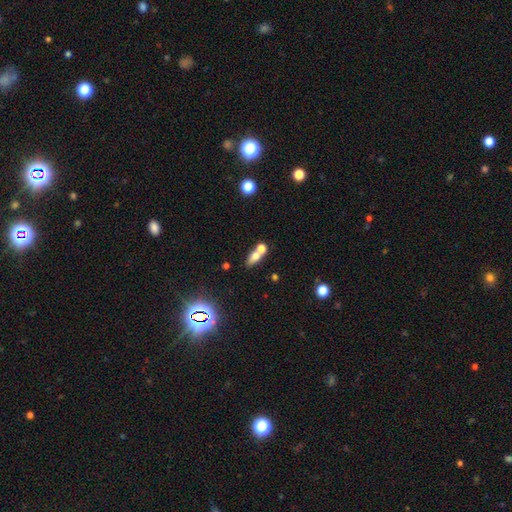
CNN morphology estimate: This appears to be a smooth galaxy with no disk features (66%) that is in between round and cigar-shaped (63%). Merging: merger (53%).